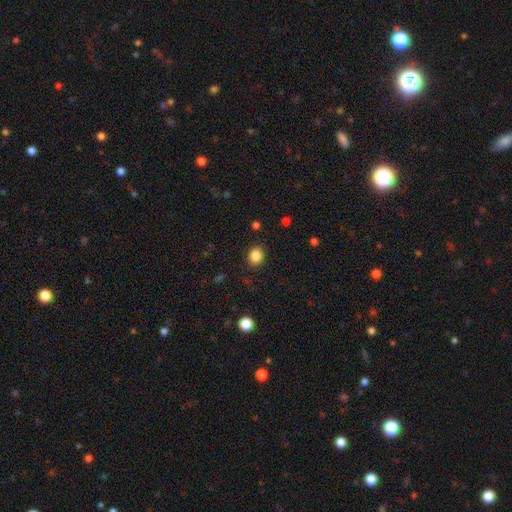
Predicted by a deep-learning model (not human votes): The model was most divided on "how rounded": round: 63%, in between: 37%, cigar-shaped: 1%. More confident: merging — none (86%); smooth or featured — smooth (85%).